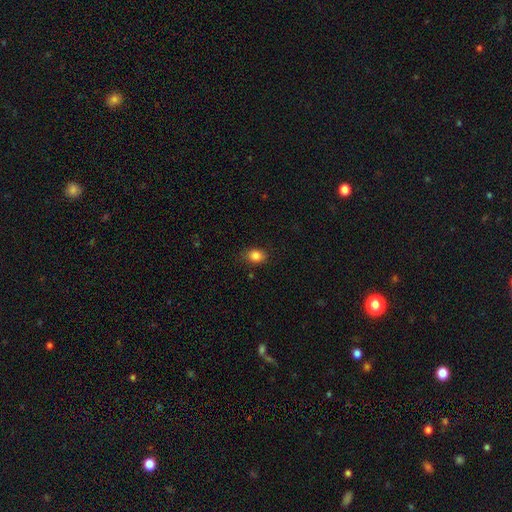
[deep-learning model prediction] Overall: smooth (86%). How rounded: in between (63%; round 36%). Merging: none (81%).